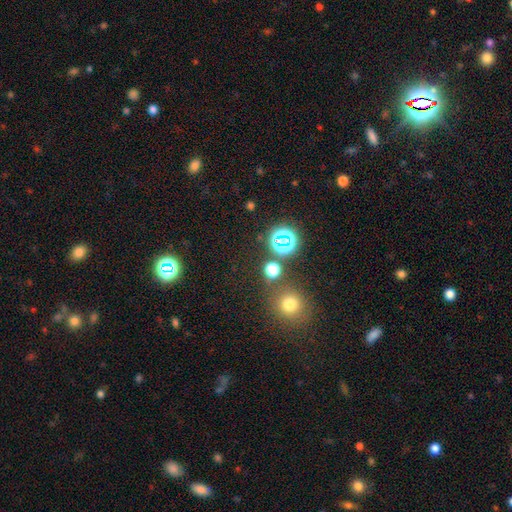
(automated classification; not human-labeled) star or artifact 50%, smooth 43%, featured or disk 7%.